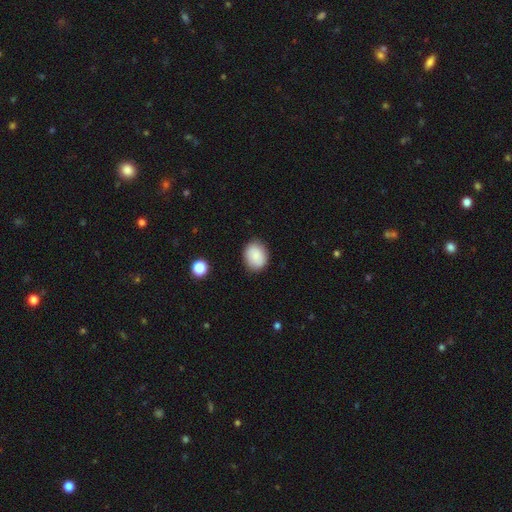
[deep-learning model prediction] This appears to be a smooth galaxy with no disk features (84%) that is in between round and cigar-shaped (59%). Merging: none (84%).